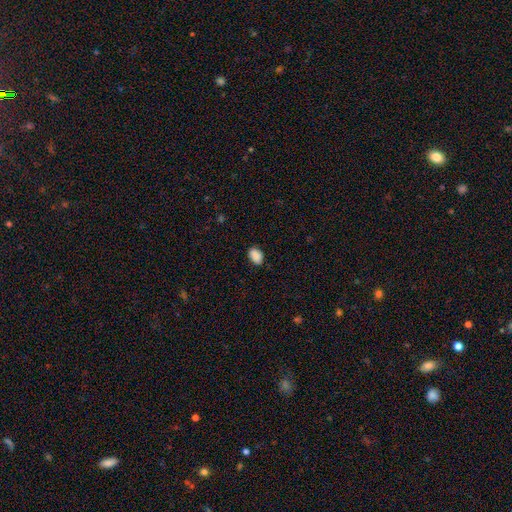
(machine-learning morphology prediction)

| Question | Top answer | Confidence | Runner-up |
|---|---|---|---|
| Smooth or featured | smooth | 89% | star or artifact (8%) |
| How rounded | in between | 85% | round (13%) |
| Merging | none | 83% | minor disturbance (13%) |